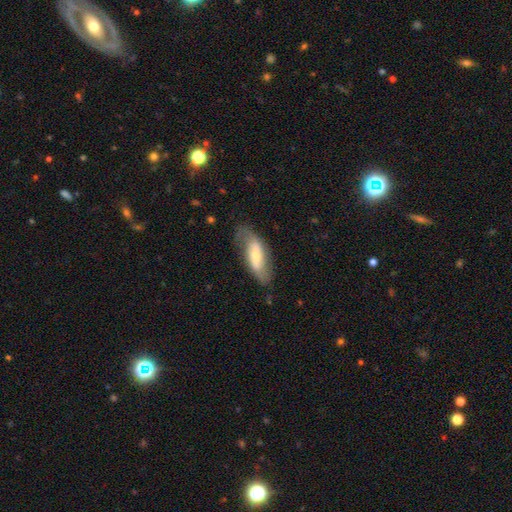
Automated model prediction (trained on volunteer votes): smooth-or-featured: featured or disk: 55% | smooth: 39% | star or artifact: 6%
  disk-edge-on: no: 84% | yes: 16%
  merging: none: 60% | minor disturbance: 25% | major disturbance: 13% | merger: 2%